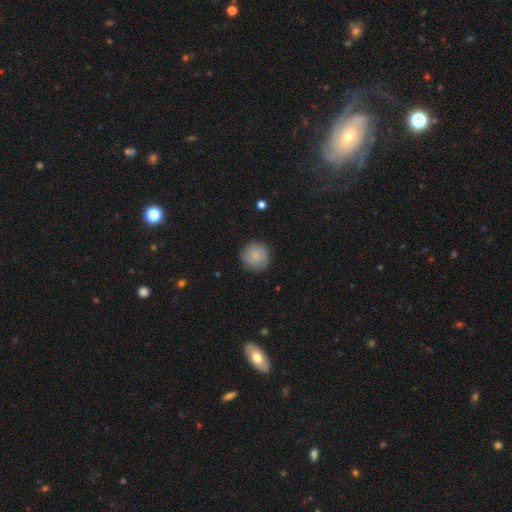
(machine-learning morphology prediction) This is likely a smooth galaxy (75%). How rounded: clearly round (94%). Merging: clearly none (83%).